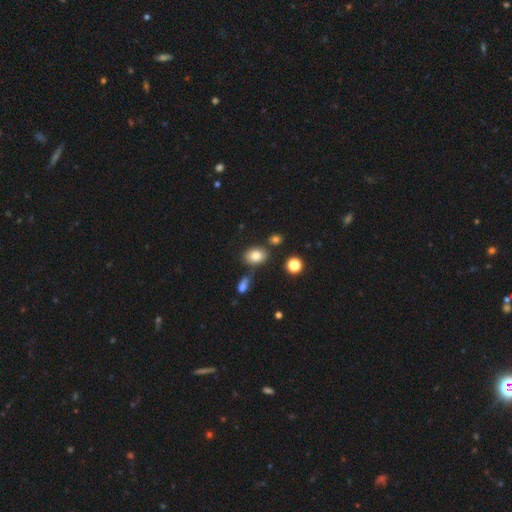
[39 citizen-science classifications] This appears to be a smooth galaxy with no disk features (82%) that is round (53%). Merging: none (83%).